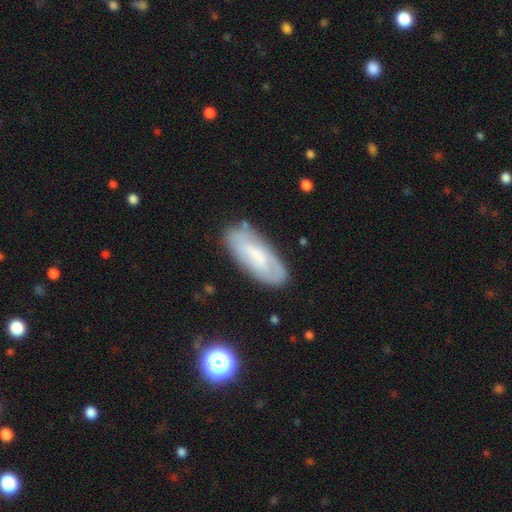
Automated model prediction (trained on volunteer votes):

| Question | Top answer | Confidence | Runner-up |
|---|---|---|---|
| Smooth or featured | smooth | 53% | featured or disk (39%) |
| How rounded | in between | 78% | cigar-shaped (20%) |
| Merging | none | 76% | minor disturbance (17%) |